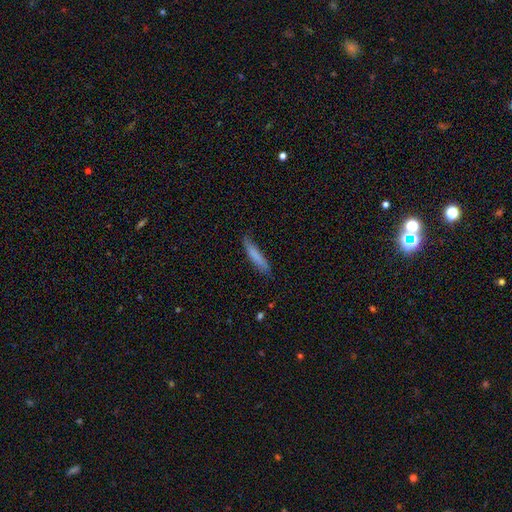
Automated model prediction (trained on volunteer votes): Smooth or featured?
  - smooth: 79% *
  - featured or disk: 15%
  - star or artifact: 6%
How rounded?
  - cigar-shaped: 88% *
  - in between: 11%
  - round: 1%
Merging?
  - none: 75% *
  - minor disturbance: 20%
  - major disturbance: 4%
  - merger: 2%